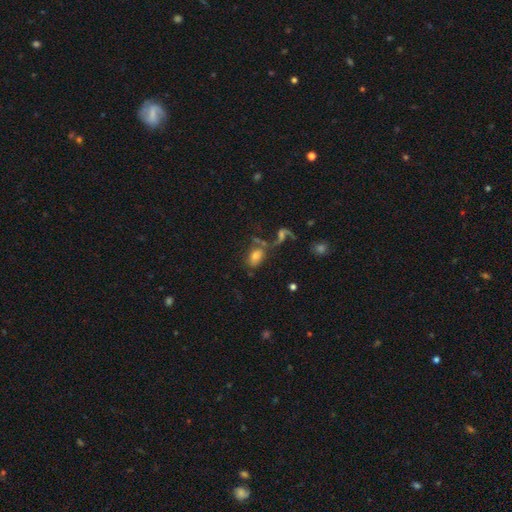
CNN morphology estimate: A smooth galaxy with no disk features (65%) that is in between round and cigar-shaped (85%). Merging: none (40%).